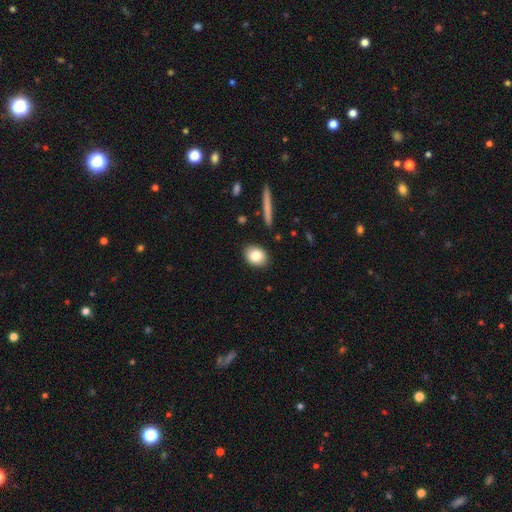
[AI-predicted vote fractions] A smooth galaxy with no disk features (82%) that is in between round and cigar-shaped (49%, tied with round). Merging: none (89%).